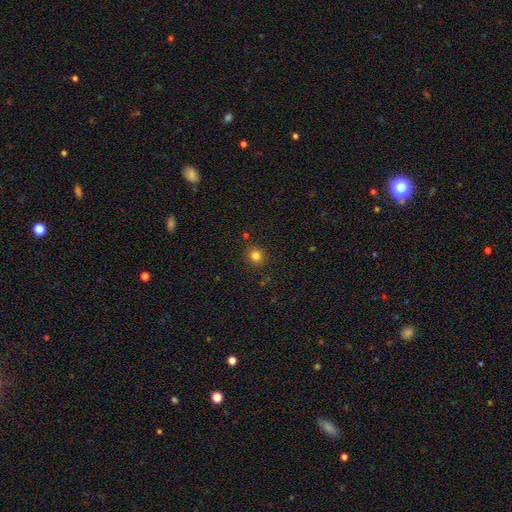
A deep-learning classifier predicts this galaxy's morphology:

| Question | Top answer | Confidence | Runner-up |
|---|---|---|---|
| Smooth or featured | smooth | 81% | star or artifact (14%) |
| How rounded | round | 83% | in between (16%) |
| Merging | none | 88% | minor disturbance (8%) |